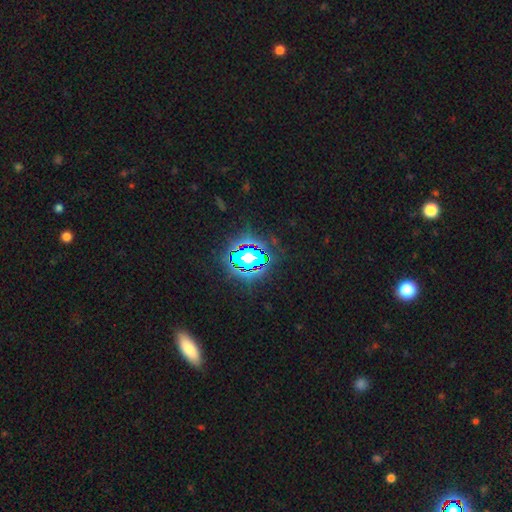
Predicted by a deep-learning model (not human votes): Smooth or featured? Predicted: star or artifact (p=0.73).